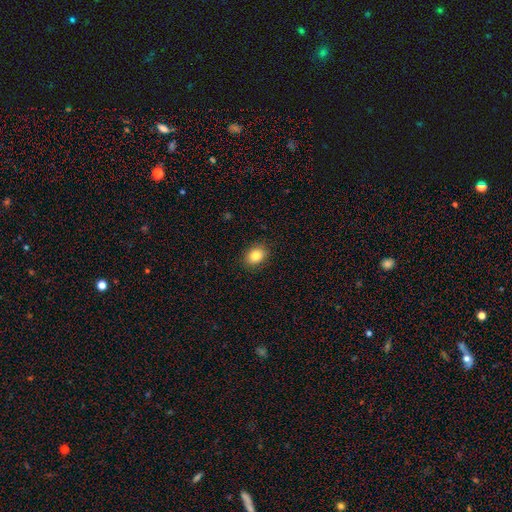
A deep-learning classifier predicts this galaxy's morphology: The model was most divided on "how rounded": in between: 58%, round: 41%, cigar-shaped: 1%. More confident: merging — none (89%); smooth or featured — smooth (84%).